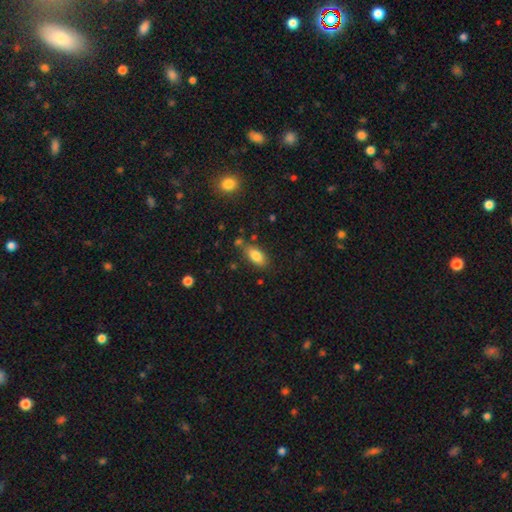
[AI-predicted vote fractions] This appears to be a smooth galaxy with no disk features (83%) that is in between round and cigar-shaped (89%). Merging: none (73%).